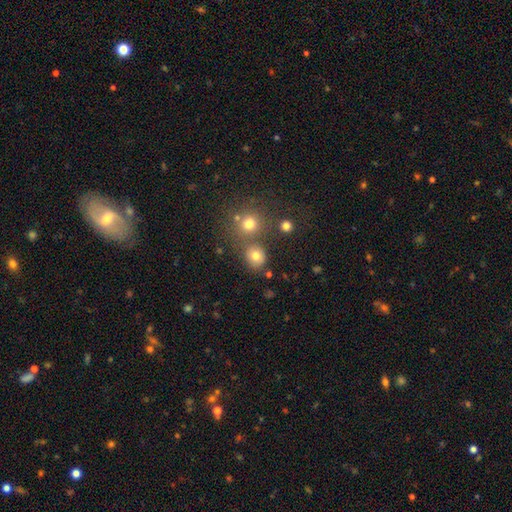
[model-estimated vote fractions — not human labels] Smooth or featured: smooth — 77% (star or artifact — 15%)
How rounded: round — 80% (in between — 19%)
Merging: none — 72% (merger — 14%)